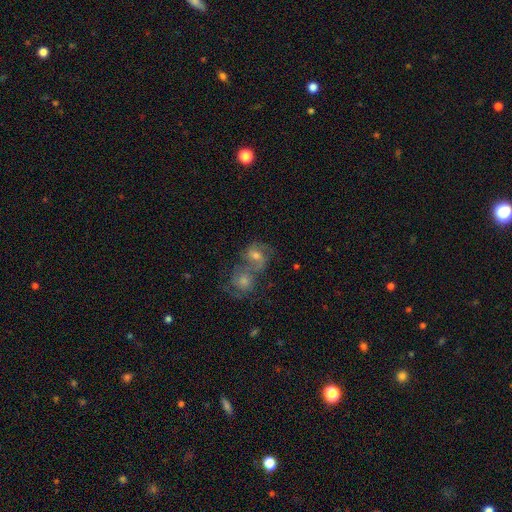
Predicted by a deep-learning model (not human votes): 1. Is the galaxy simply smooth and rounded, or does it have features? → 59% featured or disk, 26% smooth, 15% star or artifact.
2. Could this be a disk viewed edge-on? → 96% no, 4% yes.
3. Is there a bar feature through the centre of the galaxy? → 54% no, 36% weak, 10% strong.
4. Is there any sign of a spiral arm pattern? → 85% yes, 15% no.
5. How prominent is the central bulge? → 59% moderate, 28% small, 6% large, 5% none, 2% dominant.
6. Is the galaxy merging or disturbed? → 61% merger, 27% none, 7% minor disturbance, 5% major disturbance.